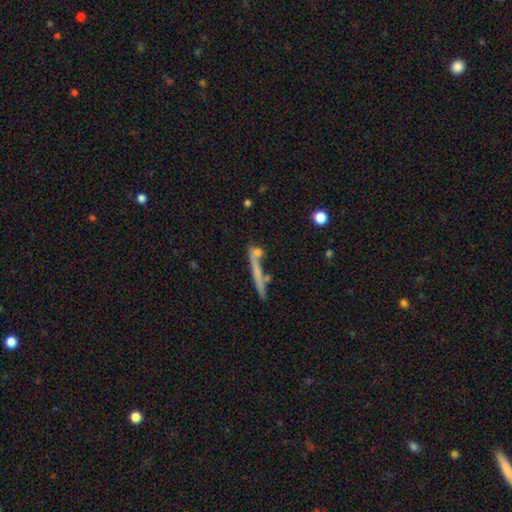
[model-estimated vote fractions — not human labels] smooth-or-featured: smooth: 61% | featured or disk: 29% | star or artifact: 11%
  how-rounded: cigar-shaped: 68% | in between: 16% | round: 16%
  merging: none: 59% | merger: 21% | minor disturbance: 13% | major disturbance: 7%